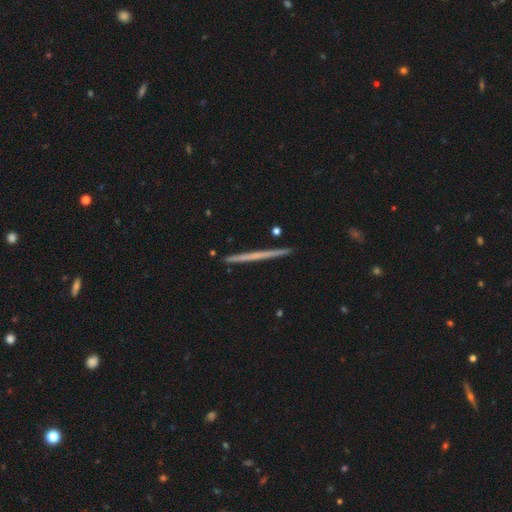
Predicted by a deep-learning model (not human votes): A featured or disk galaxy (58%) viewed edge-on (98%) with no central bulge (87%).

Vote fractions:
- Smooth or featured? featured or disk: 58% / smooth: 36% / star or artifact: 6%
- Edge-on disk? yes: 98% / no: 2%
- Edge-on bulge? none: 87% / rounded: 9% / boxy: 3%
- Merging? none: 92% / minor disturbance: 5% / merger: 1% / major disturbance: 1%